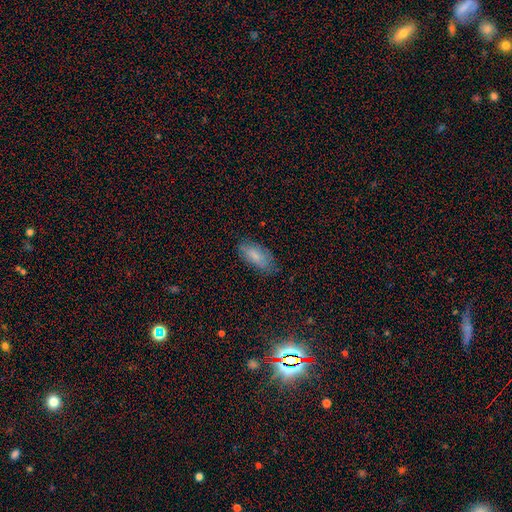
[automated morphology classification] Smooth or featured? Predicted: smooth (p=0.76). How rounded? Predicted: in between (p=0.86). Merging? Predicted: none (p=0.74).